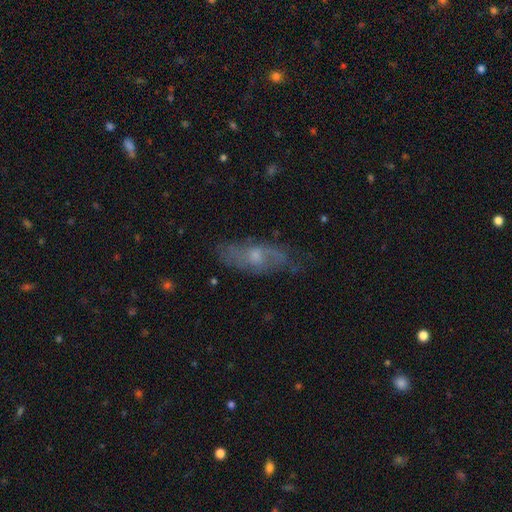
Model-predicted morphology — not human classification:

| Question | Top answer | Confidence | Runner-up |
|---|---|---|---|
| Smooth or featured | featured or disk | 58% | smooth (34%) |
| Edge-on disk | no | 82% | yes (18%) |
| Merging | none | 65% | minor disturbance (24%) |